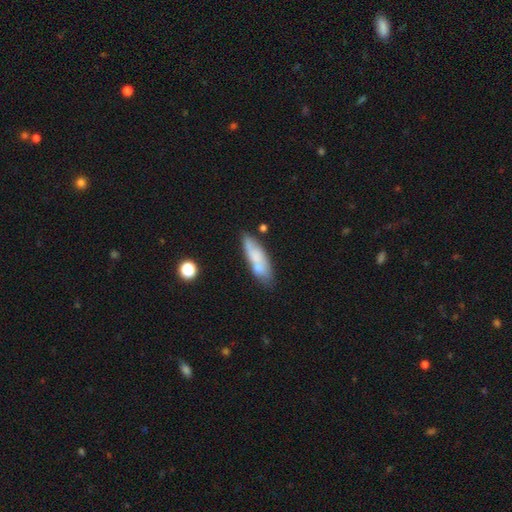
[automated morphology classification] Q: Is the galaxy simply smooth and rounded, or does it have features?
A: smooth — 66%.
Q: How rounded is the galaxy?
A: in between — 54%.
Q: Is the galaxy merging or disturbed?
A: none — 60%.